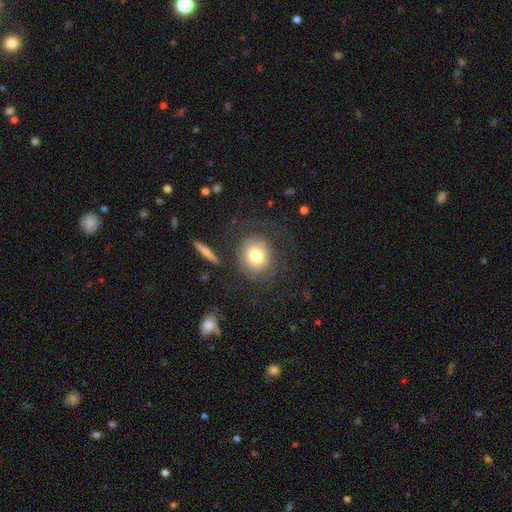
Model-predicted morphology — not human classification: A smooth galaxy with no disk features (67%) that is round (74%). Merging: none (68%).